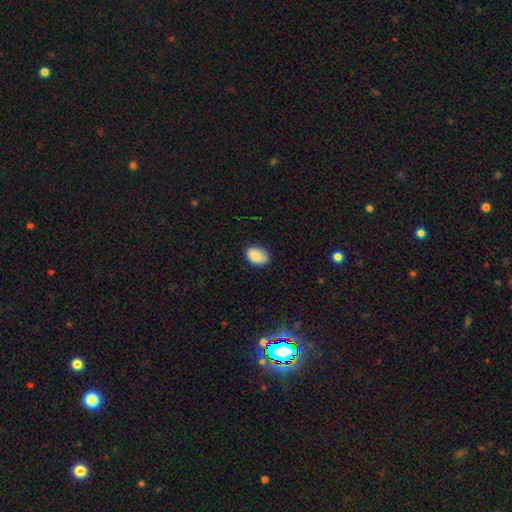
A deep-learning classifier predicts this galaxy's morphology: A smooth galaxy with no disk features (87%) that is in between round and cigar-shaped (81%). Merging: none (75%).